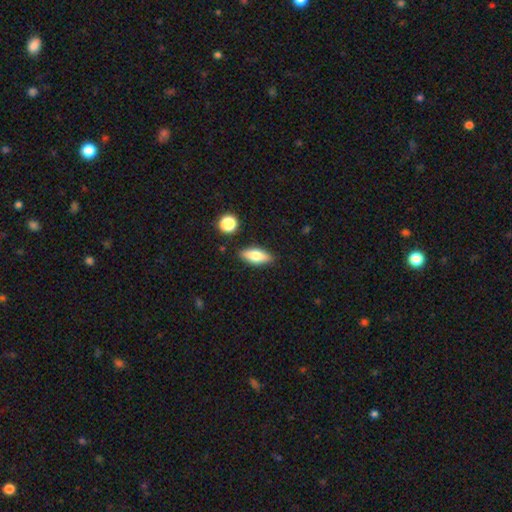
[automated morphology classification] smooth-or-featured: smooth: 67% | featured or disk: 26% | star or artifact: 8%
  how-rounded: in between: 72% | cigar-shaped: 24% | round: 4%
  merging: none: 86% | minor disturbance: 9% | merger: 3% | major disturbance: 2%